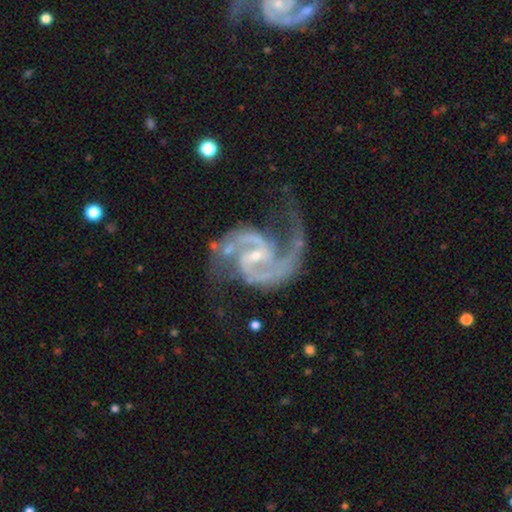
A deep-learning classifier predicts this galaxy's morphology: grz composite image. It shows a featured or disk galaxy (93%) with a weak bar (51%), 2 (91%) medium (63%) spiral arms (99%) and a small central bulge (72%). Merging: none (61%).